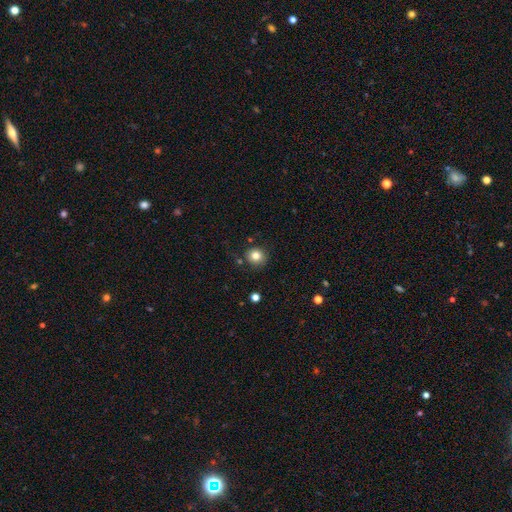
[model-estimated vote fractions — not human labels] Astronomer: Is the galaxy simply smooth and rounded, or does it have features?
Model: smooth — 82%.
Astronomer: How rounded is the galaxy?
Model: round — 88%.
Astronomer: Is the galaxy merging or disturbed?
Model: none — 84%.